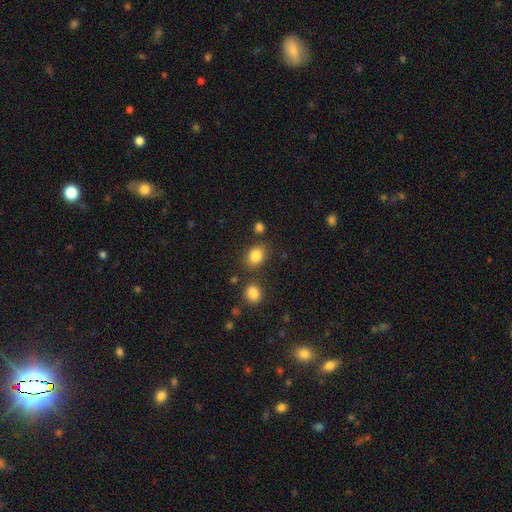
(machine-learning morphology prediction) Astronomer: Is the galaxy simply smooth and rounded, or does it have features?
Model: smooth — 85%.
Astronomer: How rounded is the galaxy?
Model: in between — 63%.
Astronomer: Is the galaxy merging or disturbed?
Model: none — 79%.